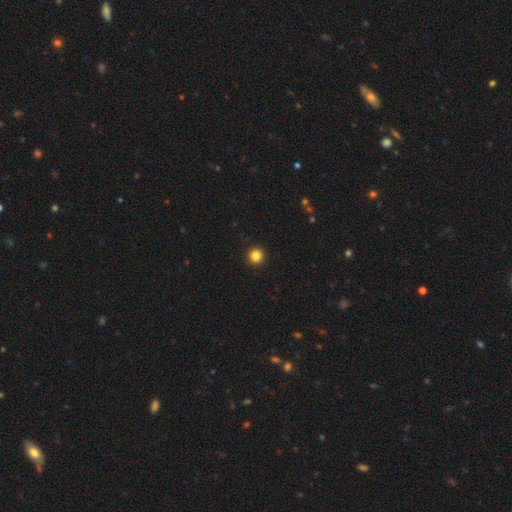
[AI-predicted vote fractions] The model was most divided on "smooth or featured": smooth: 85%, star or artifact: 12%, featured or disk: 4%. More confident: how rounded — round (95%); merging — none (94%).